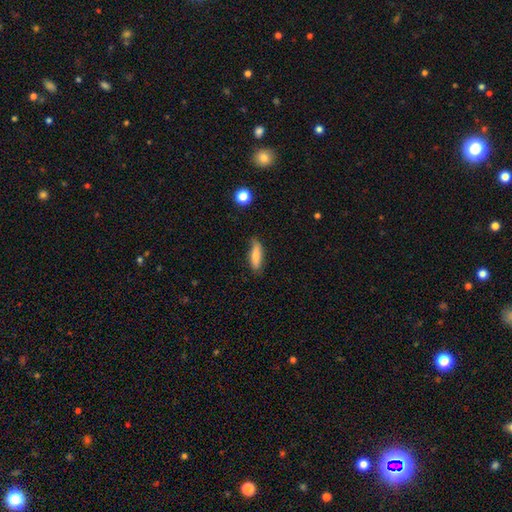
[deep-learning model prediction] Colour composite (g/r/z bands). It shows a smooth galaxy with no disk features (80%) that is cigar-shaped (50%). Merging: none (74%).